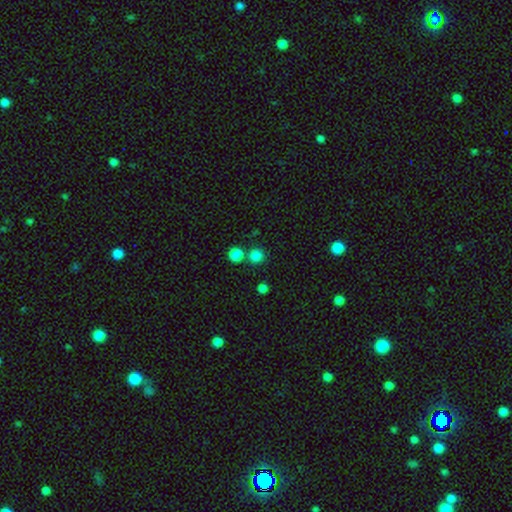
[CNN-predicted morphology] The model was most divided on "merging": none: 74%, merger: 18%, minor disturbance: 6%, major disturbance: 3%. More confident: how rounded — round (93%); smooth or featured — smooth (81%).